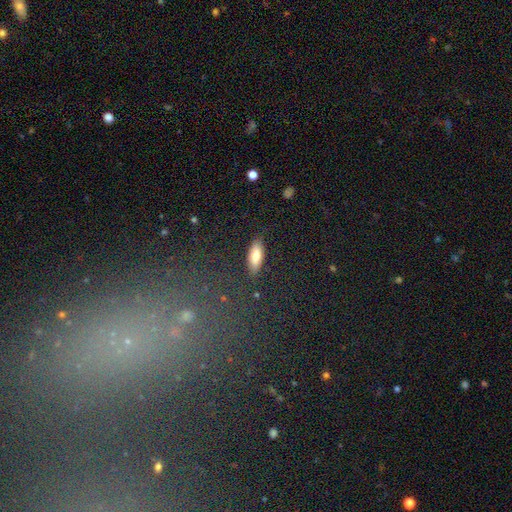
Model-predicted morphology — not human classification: Smooth or featured?
  - smooth: 78% *
  - featured or disk: 15%
  - star or artifact: 7%
How rounded?
  - in between: 73% *
  - cigar-shaped: 25%
  - round: 2%
Merging?
  - none: 86% *
  - minor disturbance: 10%
  - major disturbance: 3%
  - merger: 1%